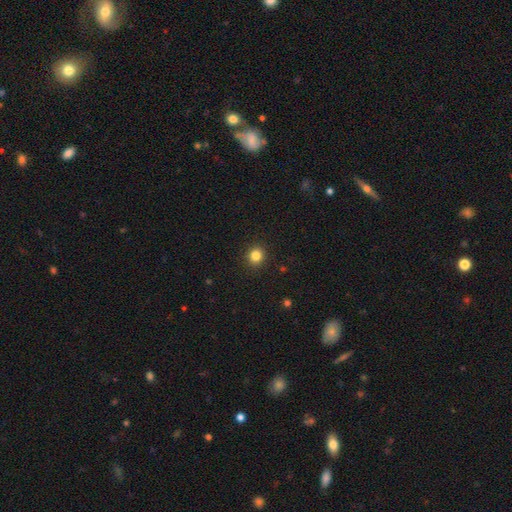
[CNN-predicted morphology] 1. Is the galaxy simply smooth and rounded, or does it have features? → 84% smooth, 12% star or artifact, 4% featured or disk.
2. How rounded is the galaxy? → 89% round, 11% in between, 1% cigar-shaped.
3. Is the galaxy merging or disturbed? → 92% none, 5% minor disturbance, 2% major disturbance, 1% merger.